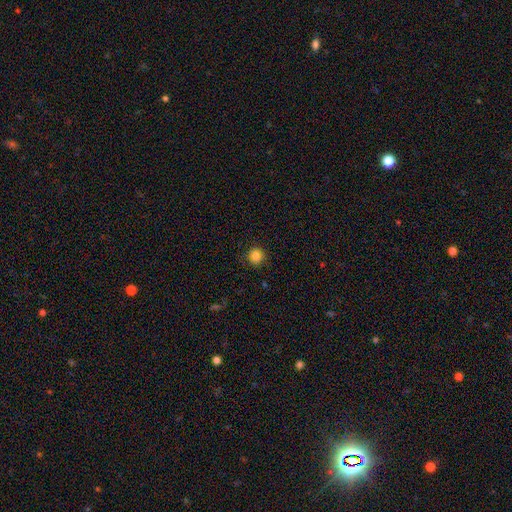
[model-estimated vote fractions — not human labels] Overall: smooth (85%). How rounded: round (94%). Merging: none (88%).